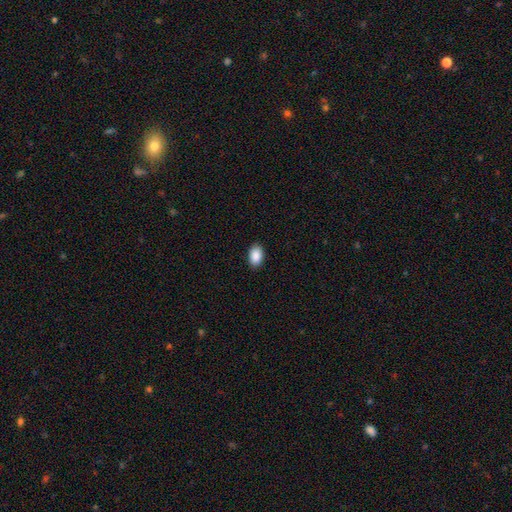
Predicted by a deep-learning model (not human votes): Q: Smooth or featured?
A: smooth (90%); runner-up: star or artifact (7%)
Q: How rounded?
A: in between (90%); runner-up: round (9%)
Q: Merging?
A: none (90%); runner-up: minor disturbance (8%)